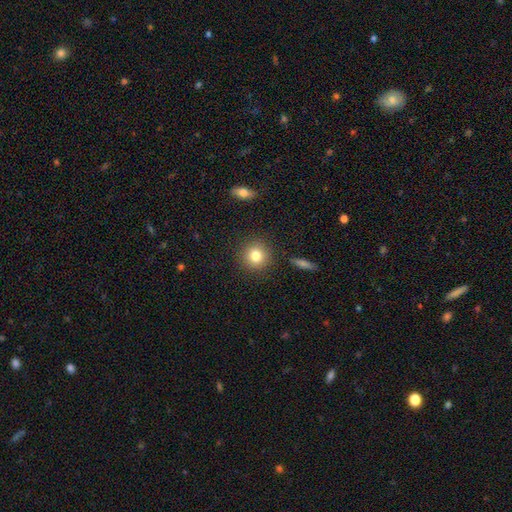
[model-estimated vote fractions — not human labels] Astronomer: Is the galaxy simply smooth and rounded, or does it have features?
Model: smooth — 82%.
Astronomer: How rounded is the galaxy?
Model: round — 91%.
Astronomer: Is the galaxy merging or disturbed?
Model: none — 89%.